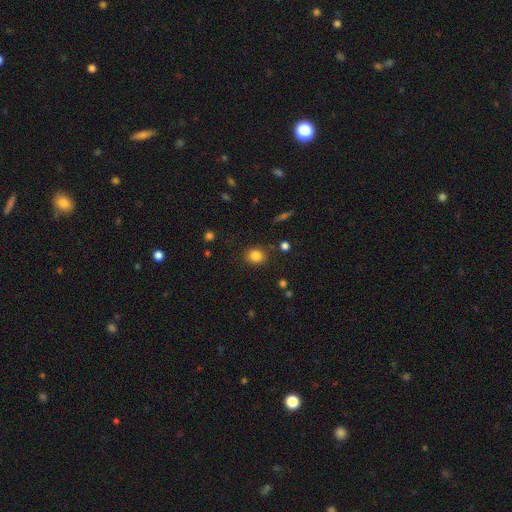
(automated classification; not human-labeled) Smooth or featured? smooth (84%)
How rounded? round (78%)
Merging? none (86%)